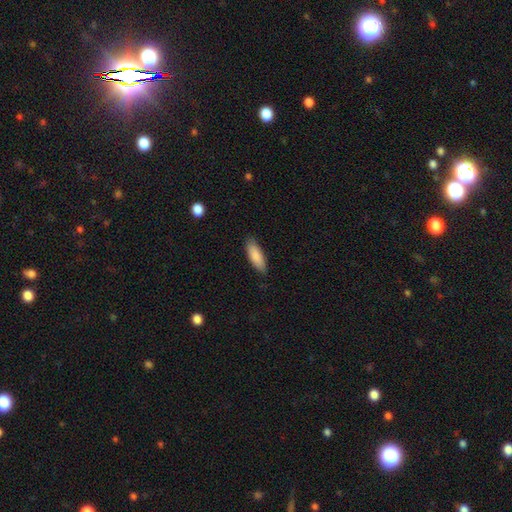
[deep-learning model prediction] The model was most divided on "how rounded": in between: 60%, cigar-shaped: 39%, round: 2%. More confident: smooth or featured — smooth (86%); merging — none (85%).